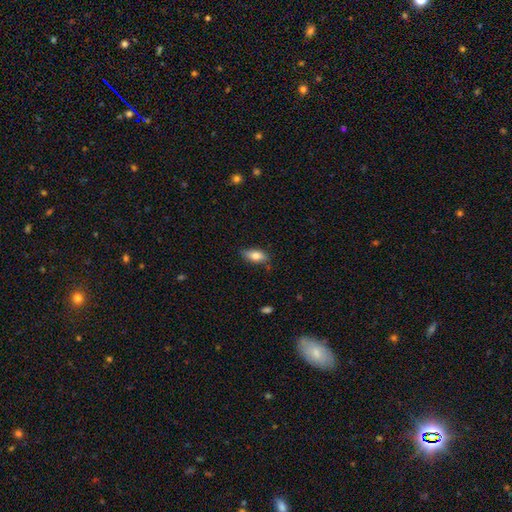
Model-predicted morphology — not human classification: This appears to be a smooth galaxy with no disk features (76%) that is in between round and cigar-shaped (82%). Merging: none (75%).